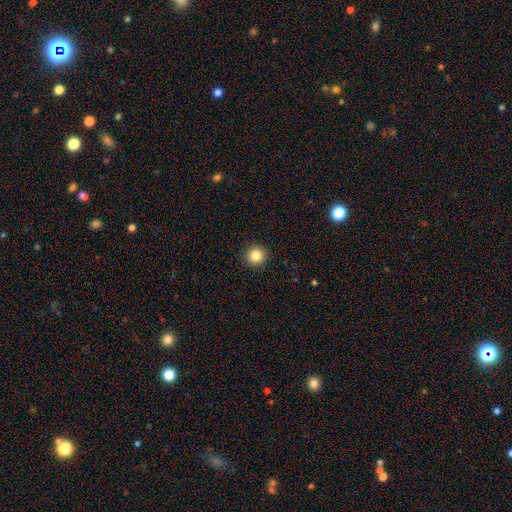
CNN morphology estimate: smooth-or-featured: smooth: 85% | star or artifact: 10% | featured or disk: 5%
  how-rounded: round: 95% | in between: 4% | cigar-shaped: 1%
  merging: none: 92% | minor disturbance: 5% | major disturbance: 2% | merger: 1%